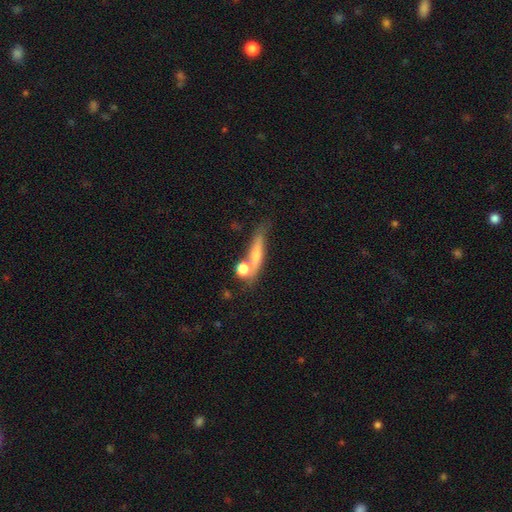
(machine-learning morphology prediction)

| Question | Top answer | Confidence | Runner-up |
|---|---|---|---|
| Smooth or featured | smooth | 59% | featured or disk (32%) |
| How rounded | cigar-shaped | 68% | in between (21%) |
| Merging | none | 47% | merger (23%) |